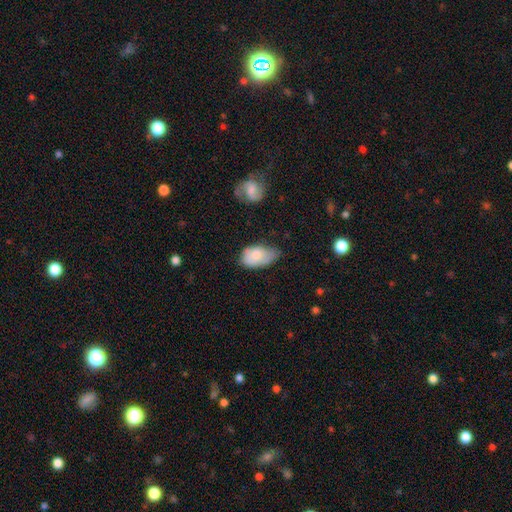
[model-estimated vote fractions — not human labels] Smooth or featured?
  - smooth: 75% *
  - featured or disk: 18%
  - star or artifact: 7%
How rounded?
  - in between: 93% *
  - round: 6%
  - cigar-shaped: 2%
Merging?
  - minor disturbance: 47% *
  - none: 36%
  - major disturbance: 14%
  - merger: 4%